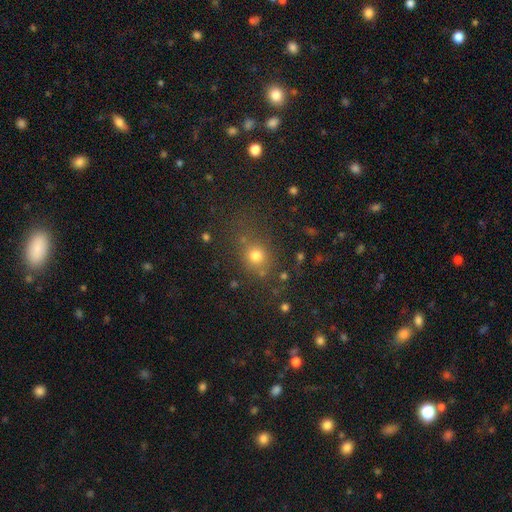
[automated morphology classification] Smooth or featured: smooth — 71% (star or artifact — 20%)
How rounded: round — 77% (in between — 21%)
Merging: none — 71% (minor disturbance — 14%)